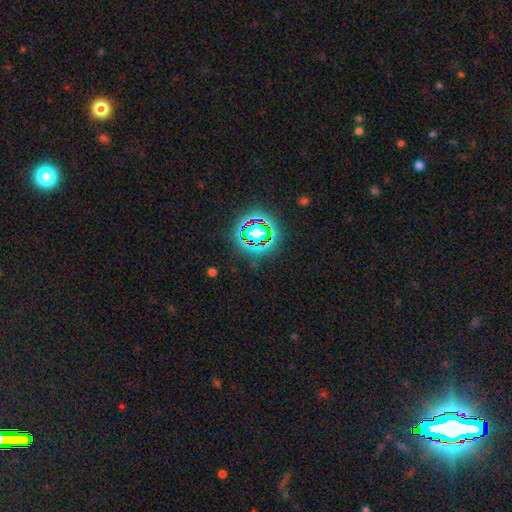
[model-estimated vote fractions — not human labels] This appears to be a star or artifact, not a galaxy (80%).